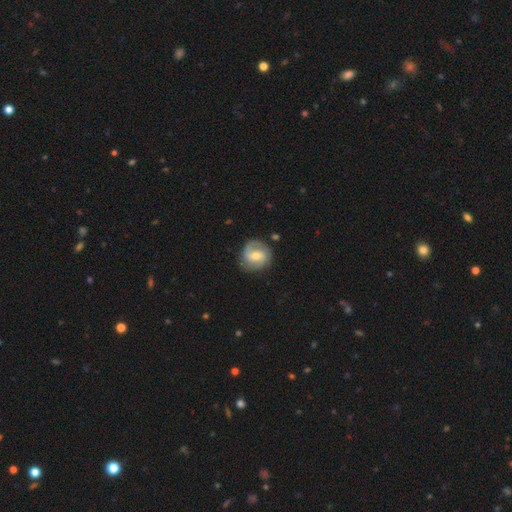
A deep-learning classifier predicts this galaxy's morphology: Smooth or featured: featured or disk — 72% (smooth — 22%)
Edge-on disk: no — 98% (yes — 2%)
Bar: weak — 52% (no — 29%)
Spiral arms: yes — 91% (no — 9%)
Spiral winding: medium — 45% (tight — 32%)
Spiral arm count: 2 — 79% (can't tell — 10%)
Bulge size: moderate — 55% (small — 39%)
Merging: none — 78% (minor disturbance — 15%)